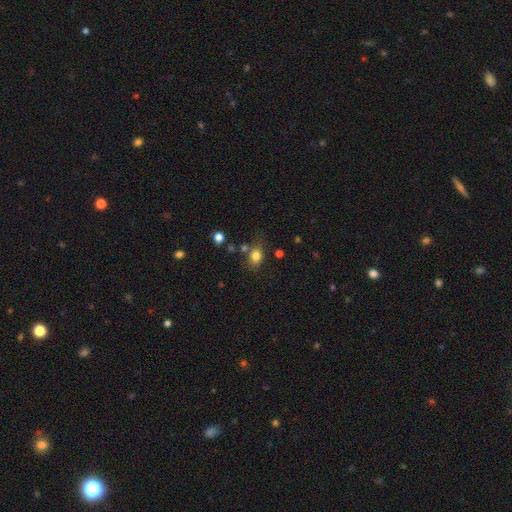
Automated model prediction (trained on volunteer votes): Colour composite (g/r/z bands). It shows a smooth galaxy with no disk features (80%) that is in between round and cigar-shaped (53%). Merging: none (67%).